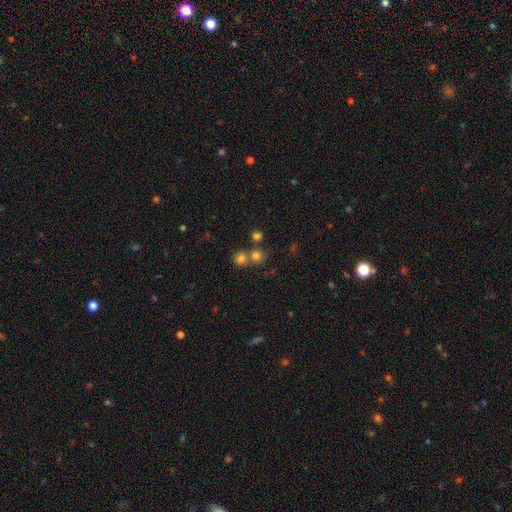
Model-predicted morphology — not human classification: Smooth or featured: smooth — 74% (star or artifact — 18%)
How rounded: round — 88% (in between — 11%)
Merging: none — 56% (merger — 35%)